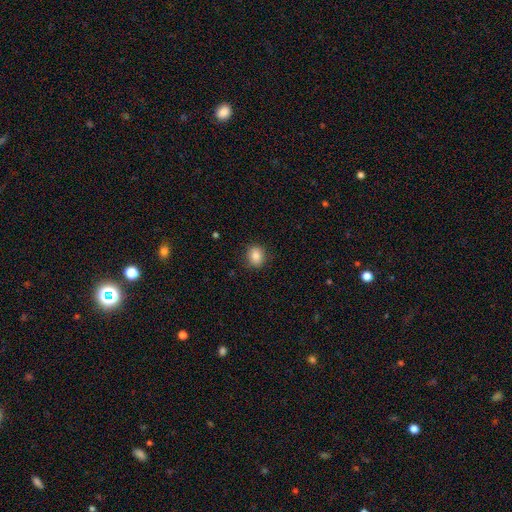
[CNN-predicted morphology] This appears to be a smooth galaxy with no disk features (85%) that is round (67%). Merging: none (86%).